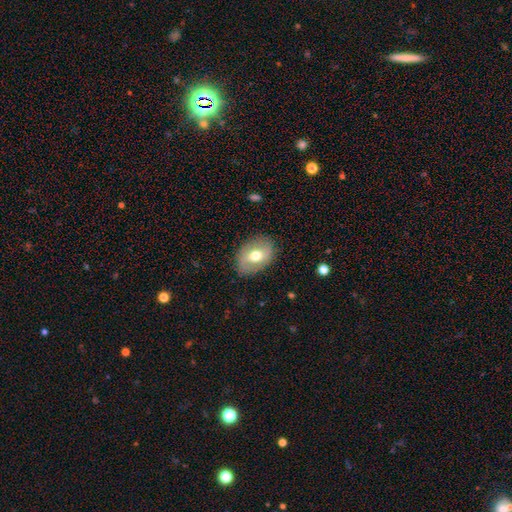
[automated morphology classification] smooth-or-featured: smooth: 57% | featured or disk: 36% | star or artifact: 7%
  how-rounded: in between: 76% | round: 23% | cigar-shaped: 1%
  merging: none: 83% | minor disturbance: 12% | major disturbance: 4% | merger: 1%